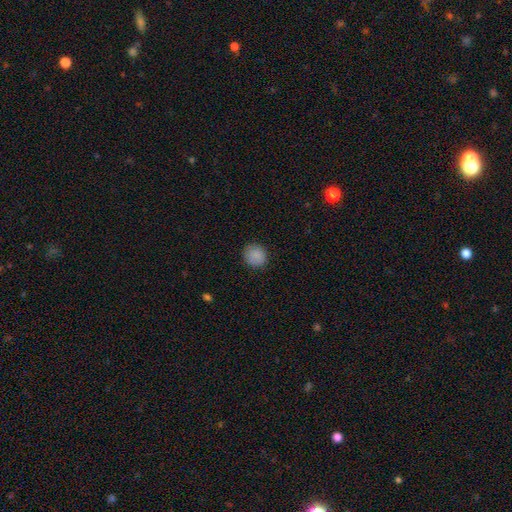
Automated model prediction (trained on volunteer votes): Smooth or featured?
  - smooth: 87% *
  - star or artifact: 8%
  - featured or disk: 4%
How rounded?
  - round: 87% *
  - in between: 12%
  - cigar-shaped: 1%
Merging?
  - none: 87% *
  - minor disturbance: 10%
  - major disturbance: 2%
  - merger: 1%